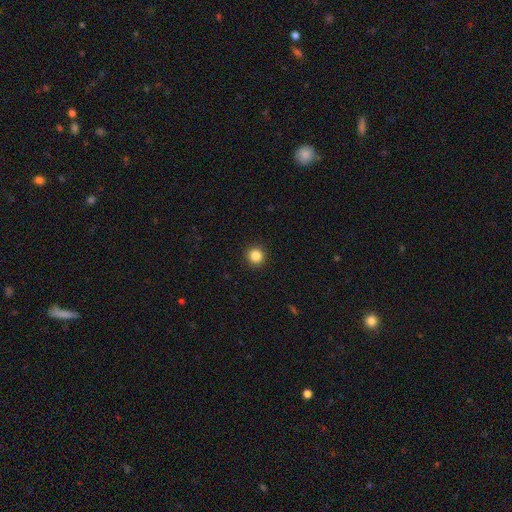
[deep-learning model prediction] smooth_or_featured: smooth (p=0.85) [alt: star or artifact p=0.11]
how_rounded: round (p=0.95) [alt: in between p=0.04]
merging: none (p=0.93) [alt: minor disturbance p=0.04]